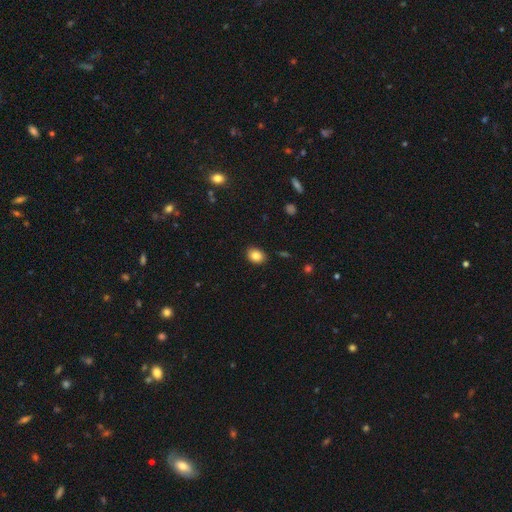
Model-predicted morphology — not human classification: This appears to be a smooth galaxy with no disk features (85%) that is in between round and cigar-shaped (60%). Merging: none (88%).